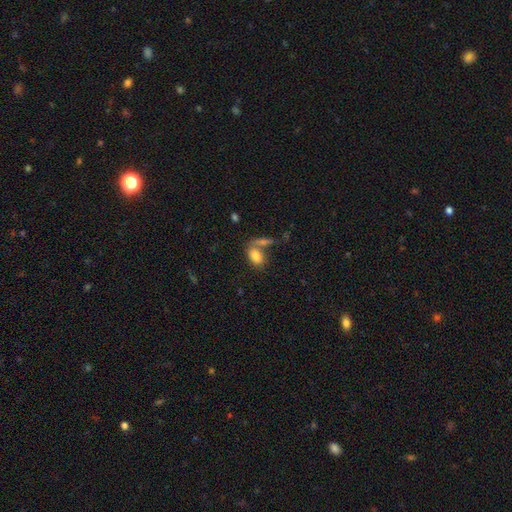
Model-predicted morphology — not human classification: This is clearly a smooth galaxy (80%). How rounded: clearly in between (89%). Merging: marginally none (45%).